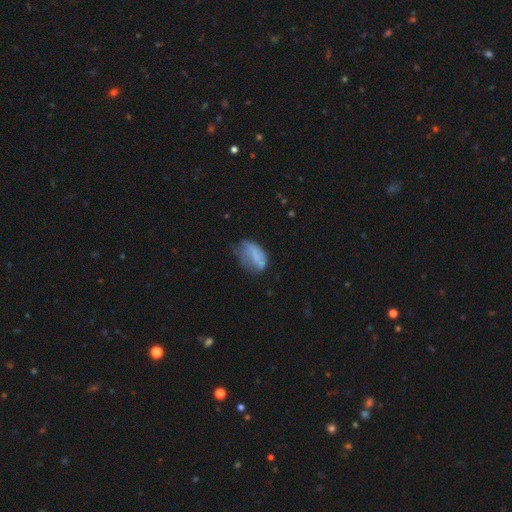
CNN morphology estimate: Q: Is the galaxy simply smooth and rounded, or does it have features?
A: smooth — 60%.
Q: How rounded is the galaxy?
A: in between — 87%.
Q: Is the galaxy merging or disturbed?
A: minor disturbance — 34%.